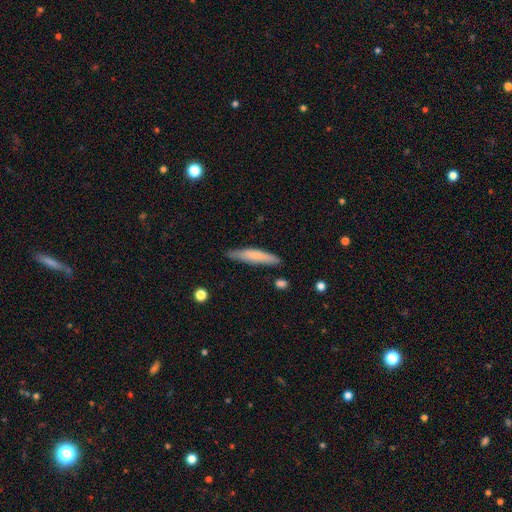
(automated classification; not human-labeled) Smooth or featured?
  - smooth: 71% *
  - featured or disk: 23%
  - star or artifact: 6%
How rounded?
  - cigar-shaped: 89% *
  - in between: 10%
  - round: 1%
Merging?
  - none: 81% *
  - minor disturbance: 14%
  - major disturbance: 2%
  - merger: 2%